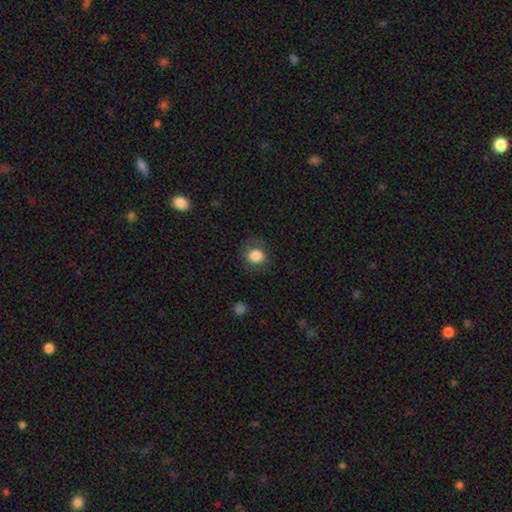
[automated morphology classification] Overall: smooth (83%). How rounded: round (72%). Merging: none (71%).